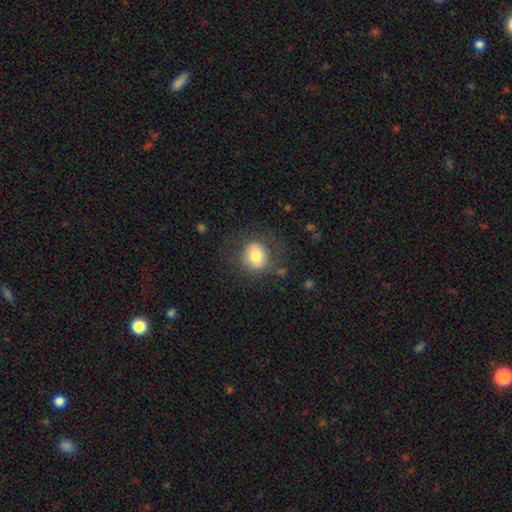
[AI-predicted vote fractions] Morphology: type=smooth (77%); roundness=round (77%); merging=none (72%).